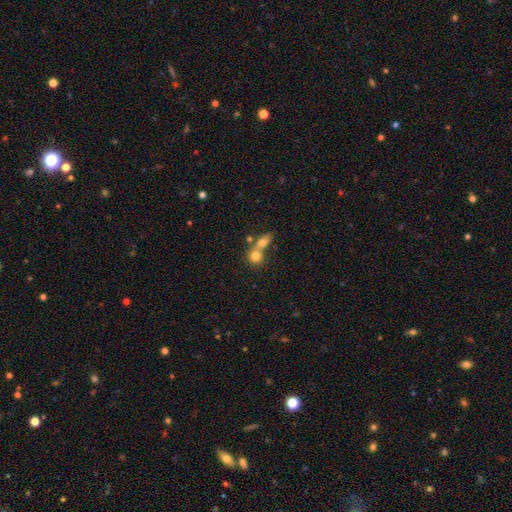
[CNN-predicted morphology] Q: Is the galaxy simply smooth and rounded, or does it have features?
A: smooth — 76%.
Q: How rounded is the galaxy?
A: round — 72%.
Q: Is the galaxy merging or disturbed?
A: merger — 61%.